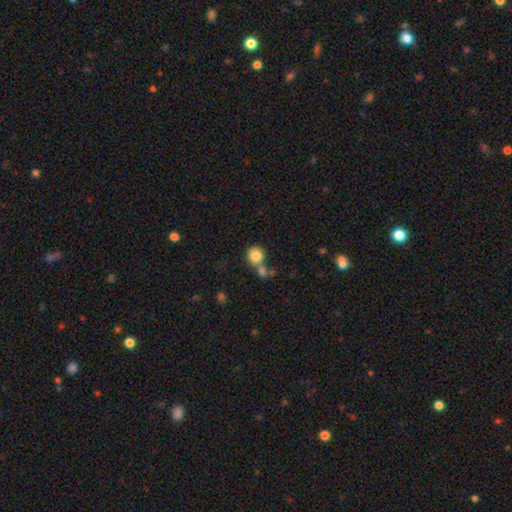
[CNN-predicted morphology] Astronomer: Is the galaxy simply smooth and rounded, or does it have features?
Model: smooth — 81%.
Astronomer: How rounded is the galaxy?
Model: round — 87%.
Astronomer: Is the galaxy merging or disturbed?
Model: none — 44% (runner-up: merger, 41%).